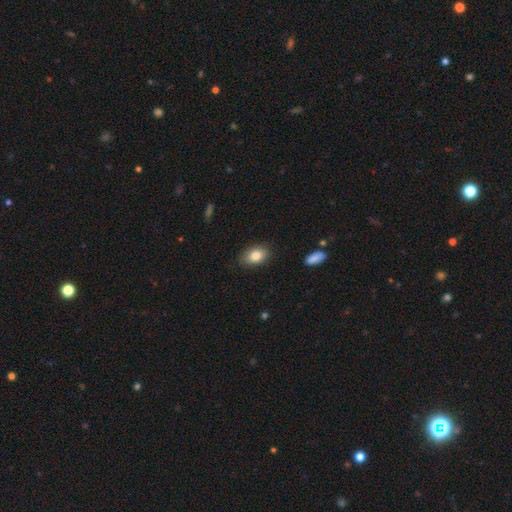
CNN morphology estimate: Q: Smooth or featured?
A: smooth (83%); runner-up: featured or disk (9%)
Q: How rounded?
A: in between (83%); runner-up: round (15%)
Q: Merging?
A: none (84%); runner-up: minor disturbance (12%)